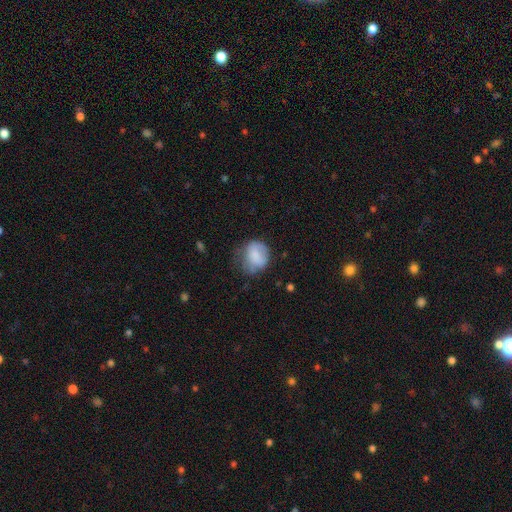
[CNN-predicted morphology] Overall: smooth (74%). How rounded: round (63%; in between 36%). Merging: none (46%; minor disturbance 33%).